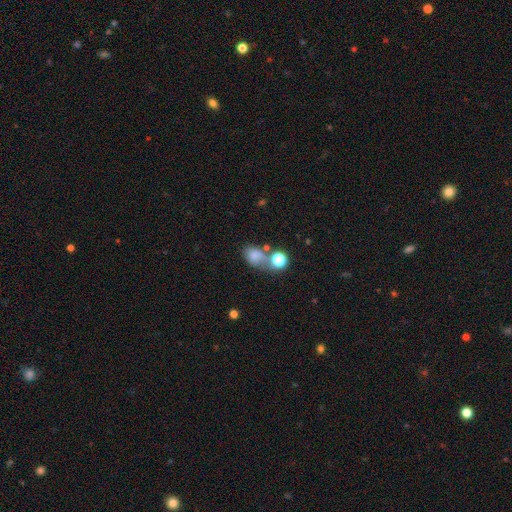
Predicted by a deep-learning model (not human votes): smooth 73%, star or artifact 15%, featured or disk 12%. Down the decision tree: how rounded — in between (66%); merging — none (35%).